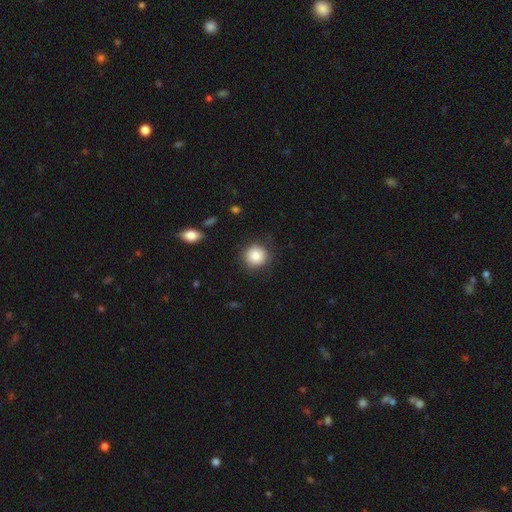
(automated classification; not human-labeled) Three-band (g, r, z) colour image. It shows a smooth galaxy with no disk features (87%) that is round (92%). Merging: none (82%).